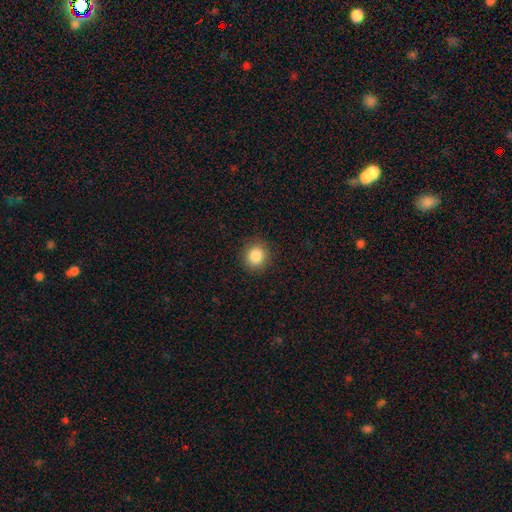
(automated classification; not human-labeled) A smooth galaxy with no disk features (85%) that is round (85%). Merging: none (90%).